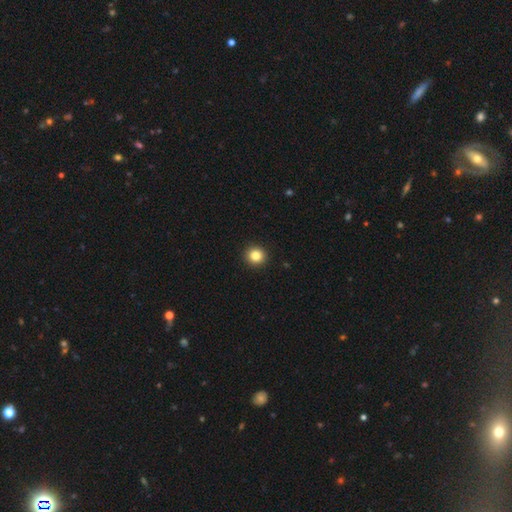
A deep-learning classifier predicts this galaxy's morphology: Smooth or featured? smooth (84%)
How rounded? round (93%)
Merging? none (93%)